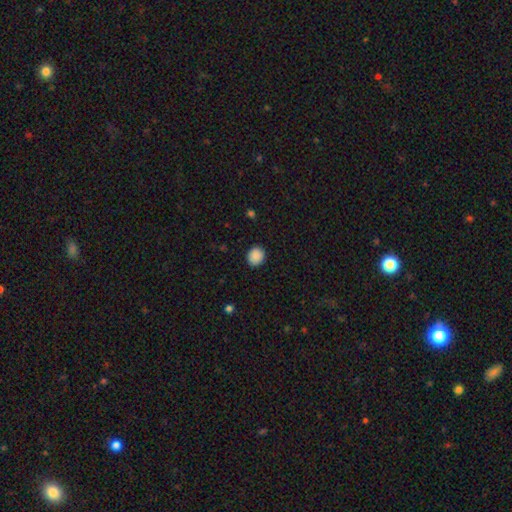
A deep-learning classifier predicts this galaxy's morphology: type=smooth (89%); roundness=round (75%); merging=none (90%).